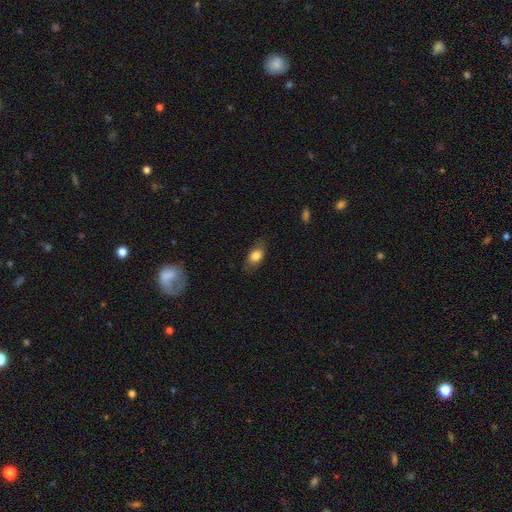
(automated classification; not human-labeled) smooth-or-featured: smooth: 78% | featured or disk: 15% | star or artifact: 7%
  how-rounded: in between: 85% | round: 9% | cigar-shaped: 6%
  merging: none: 78% | minor disturbance: 16% | major disturbance: 5% | merger: 1%